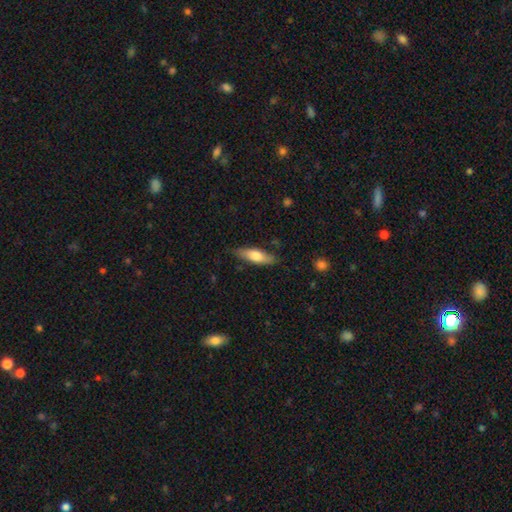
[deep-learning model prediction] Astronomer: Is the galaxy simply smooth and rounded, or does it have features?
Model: smooth — 66%.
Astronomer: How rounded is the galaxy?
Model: cigar-shaped — 50% (runner-up: in between, 48%).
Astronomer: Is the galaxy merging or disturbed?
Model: none — 80%.